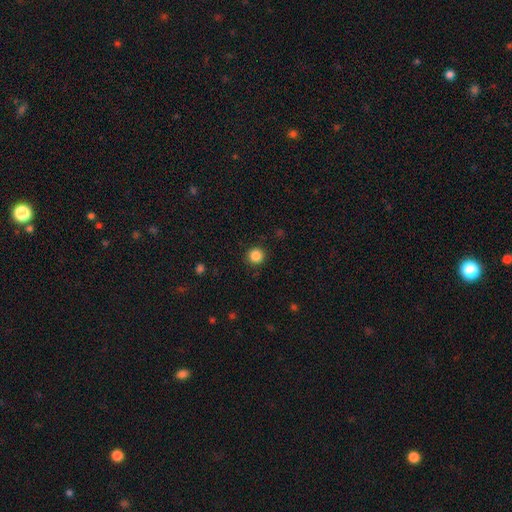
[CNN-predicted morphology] Smooth or featured?
  - smooth: 86% *
  - star or artifact: 11%
  - featured or disk: 3%
How rounded?
  - round: 95% *
  - in between: 4%
  - cigar-shaped: 1%
Merging?
  - none: 92% *
  - minor disturbance: 5%
  - major disturbance: 2%
  - merger: 1%